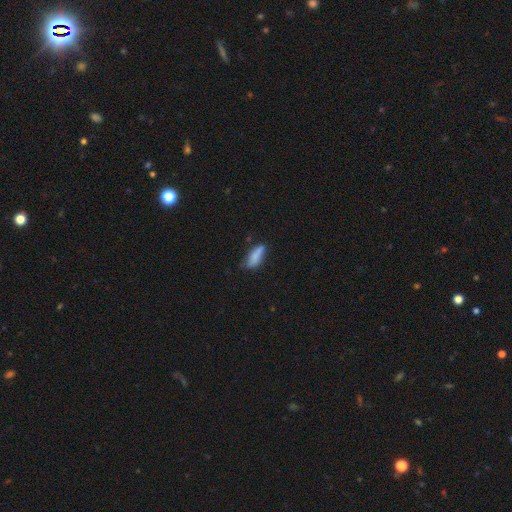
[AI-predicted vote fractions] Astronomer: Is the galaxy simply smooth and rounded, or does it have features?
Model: smooth — 79%.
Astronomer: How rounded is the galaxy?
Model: in between — 59% (runner-up: cigar-shaped, 39%).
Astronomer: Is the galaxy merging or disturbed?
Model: none — 57%.